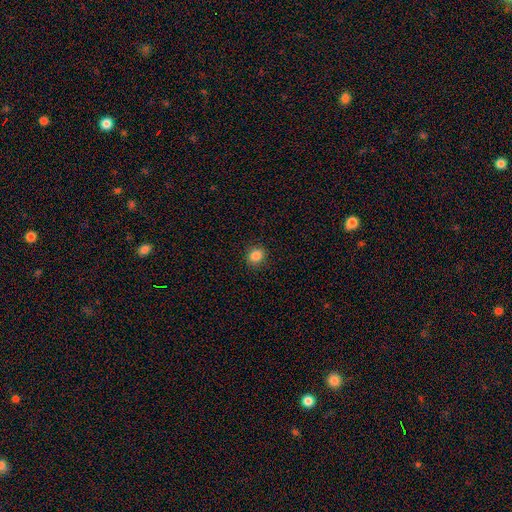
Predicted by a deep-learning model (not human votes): Smooth or featured? smooth (86%)
How rounded? round (78%)
Merging? none (91%)